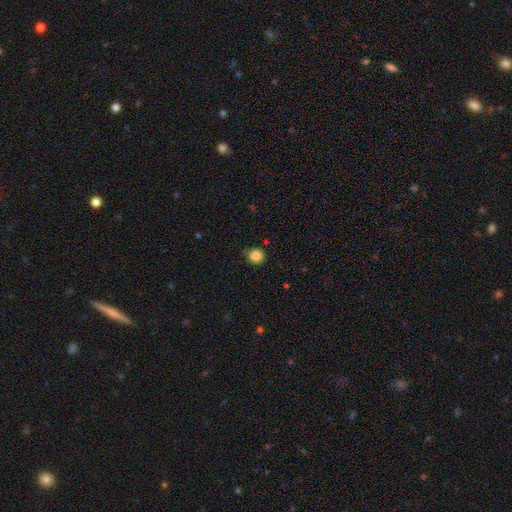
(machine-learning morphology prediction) This appears to be a smooth galaxy with no disk features (84%) that is round (90%). Merging: none (81%).